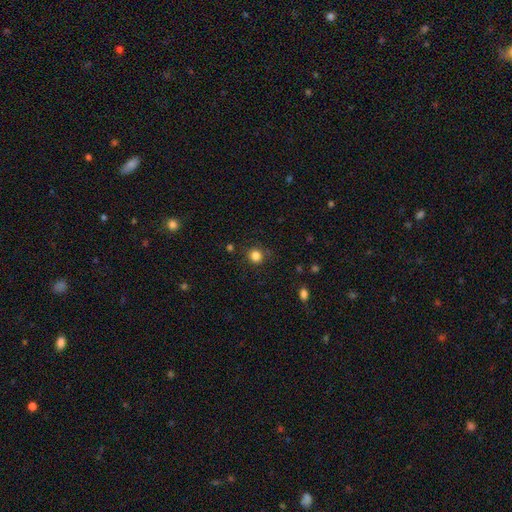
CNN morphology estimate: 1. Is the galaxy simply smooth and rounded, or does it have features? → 83% smooth, 13% star or artifact, 4% featured or disk.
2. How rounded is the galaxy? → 91% round, 8% in between, 1% cigar-shaped.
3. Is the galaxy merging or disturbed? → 86% none, 9% minor disturbance, 3% major disturbance, 2% merger.